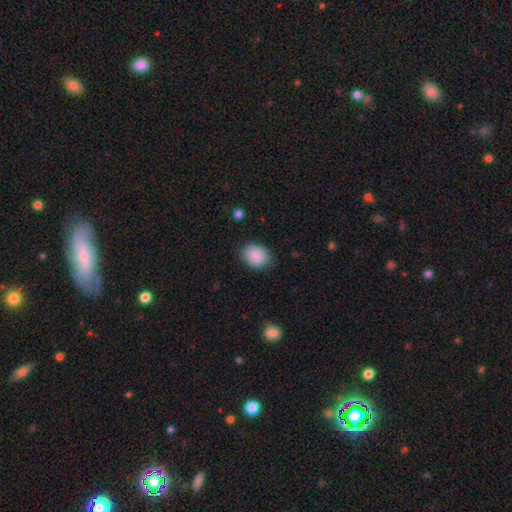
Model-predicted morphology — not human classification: smooth 88%, star or artifact 7%, featured or disk 4%. Down the decision tree: how rounded — in between (50%); merging — none (82%).